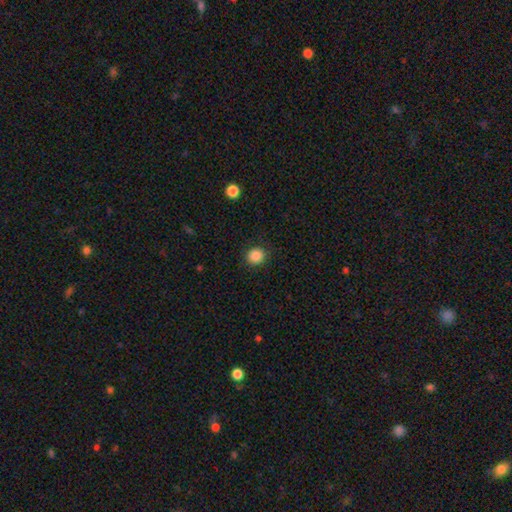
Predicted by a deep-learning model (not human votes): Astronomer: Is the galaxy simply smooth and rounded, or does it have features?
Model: smooth — 87%.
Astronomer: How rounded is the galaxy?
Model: round — 85%.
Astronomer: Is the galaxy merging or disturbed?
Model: none — 89%.